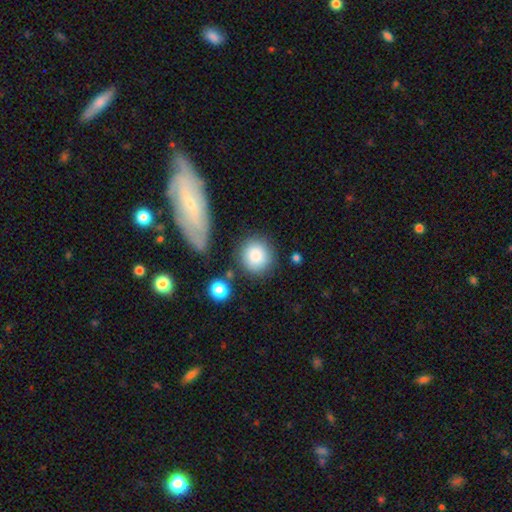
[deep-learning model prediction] This is clearly a smooth galaxy (84%). How rounded: clearly round (89%). Merging: likely none (78%).